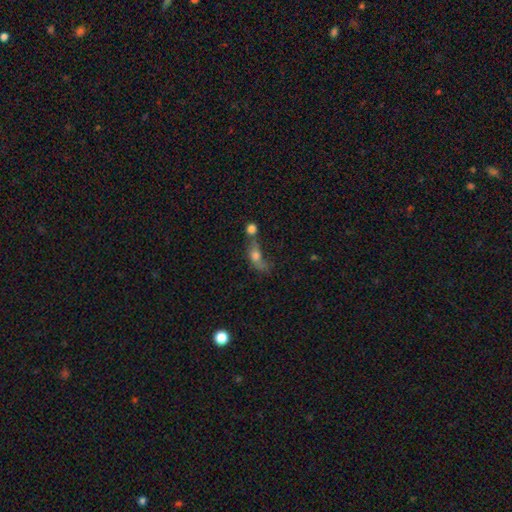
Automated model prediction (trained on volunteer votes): smooth_or_featured: smooth (p=0.62) [alt: featured or disk p=0.24]
how_rounded: in between (p=0.60) [alt: round p=0.28]
merging: merger (p=0.46) [alt: major disturbance p=0.20]